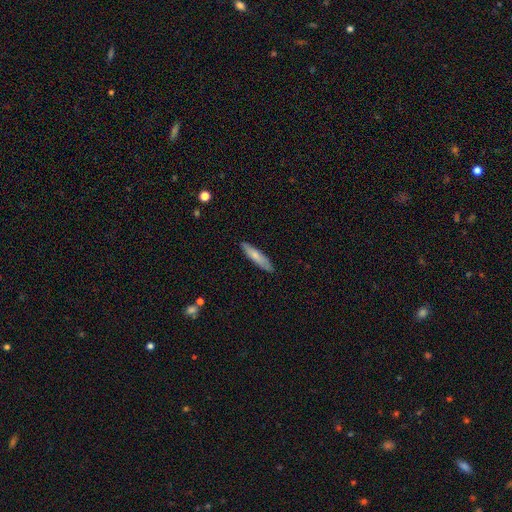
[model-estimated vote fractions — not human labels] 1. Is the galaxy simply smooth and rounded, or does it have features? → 72% smooth, 22% featured or disk, 6% star or artifact.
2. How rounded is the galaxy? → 81% cigar-shaped, 17% in between, 1% round.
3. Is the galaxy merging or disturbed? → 87% none, 10% minor disturbance, 2% major disturbance, 1% merger.